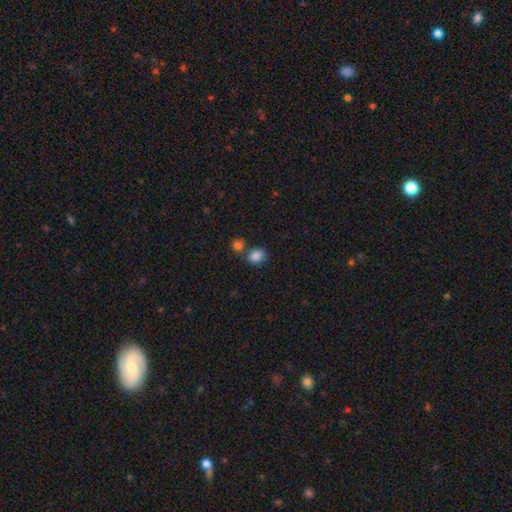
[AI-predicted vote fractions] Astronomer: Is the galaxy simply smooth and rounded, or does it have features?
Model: smooth — 85%.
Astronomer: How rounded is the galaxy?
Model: in between — 51% (runner-up: round, 48%).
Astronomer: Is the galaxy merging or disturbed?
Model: none — 60%.